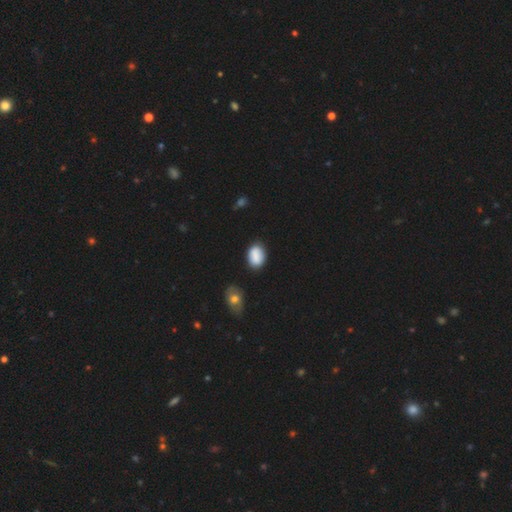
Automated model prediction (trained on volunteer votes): smooth_or_featured: smooth (p=0.85) [alt: star or artifact p=0.08]
how_rounded: in between (p=0.82) [alt: round p=0.17]
merging: none (p=0.76) [alt: minor disturbance p=0.17]